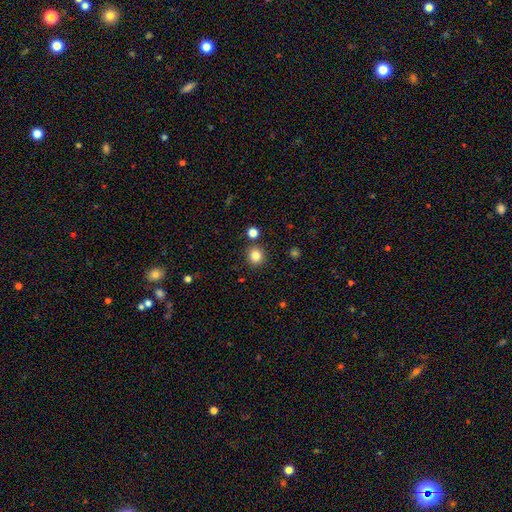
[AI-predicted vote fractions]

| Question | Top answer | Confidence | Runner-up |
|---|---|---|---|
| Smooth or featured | smooth | 83% | star or artifact (12%) |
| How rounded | round | 92% | in between (7%) |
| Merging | none | 88% | minor disturbance (6%) |